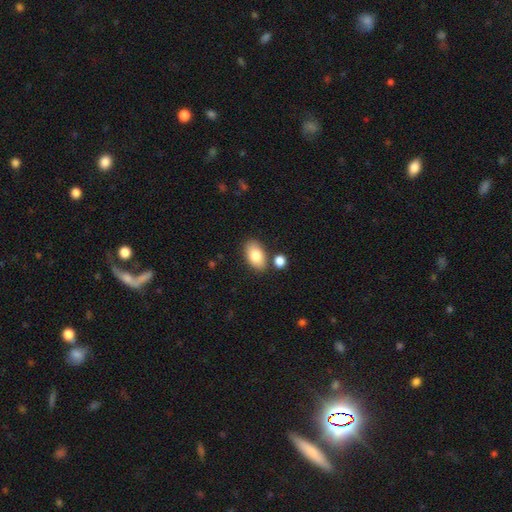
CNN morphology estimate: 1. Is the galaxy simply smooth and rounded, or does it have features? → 80% smooth, 12% featured or disk, 7% star or artifact.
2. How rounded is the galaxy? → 92% in between, 7% round, 2% cigar-shaped.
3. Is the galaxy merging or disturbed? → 79% none, 11% minor disturbance, 8% merger, 3% major disturbance.